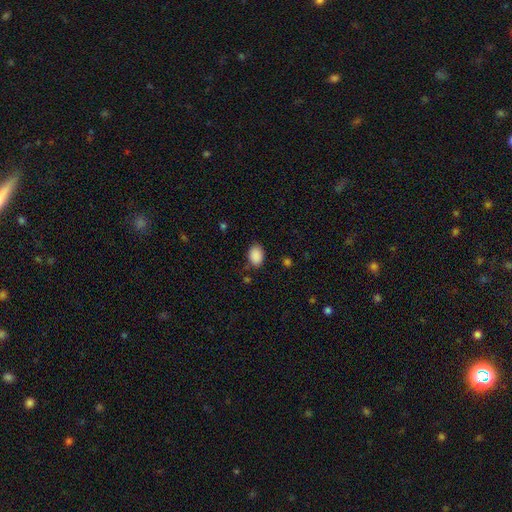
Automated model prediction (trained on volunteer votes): This is clearly a smooth galaxy (89%). How rounded: likely in between (78%). Merging: clearly none (81%).